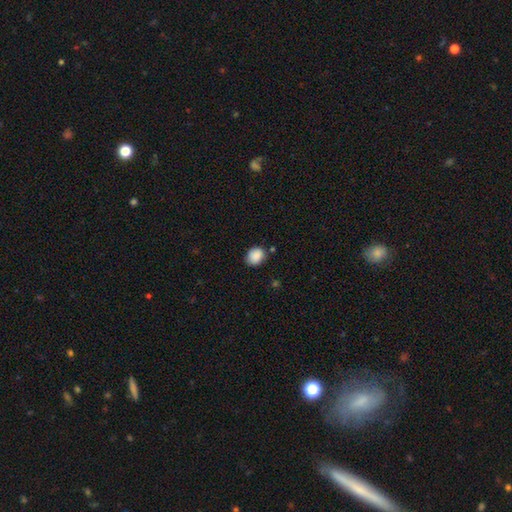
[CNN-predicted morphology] type=smooth (88%); roundness=round (57%); merging=none (77%).